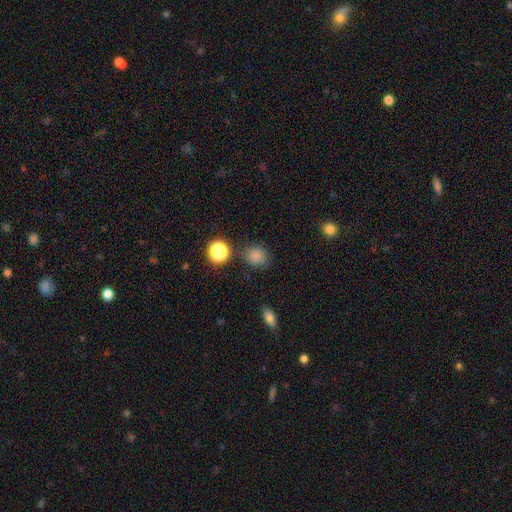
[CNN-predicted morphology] Smooth or featured? smooth (81%)
How rounded? round (77%)
Merging? none (79%)